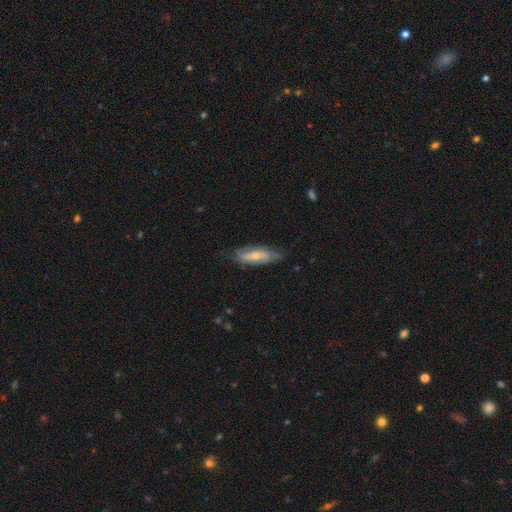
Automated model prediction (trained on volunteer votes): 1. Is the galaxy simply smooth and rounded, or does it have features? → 55% featured or disk, 38% smooth, 7% star or artifact.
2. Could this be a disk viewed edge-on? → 69% no, 31% yes.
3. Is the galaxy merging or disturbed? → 73% none, 21% minor disturbance, 5% major disturbance, 1% merger.